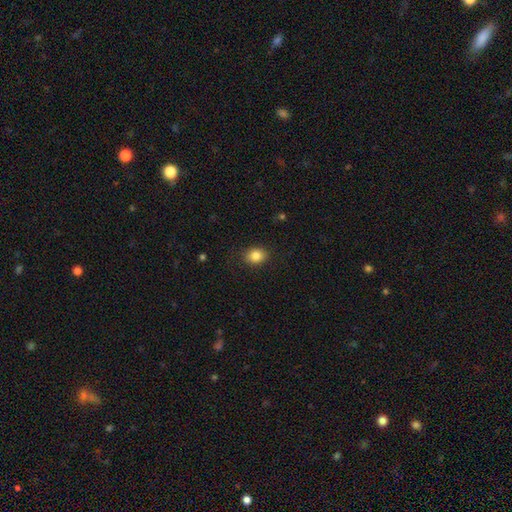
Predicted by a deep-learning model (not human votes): Smooth or featured: smooth — 84% (star or artifact — 10%)
How rounded: in between — 52% (round — 47%)
Merging: none — 86% (minor disturbance — 10%)